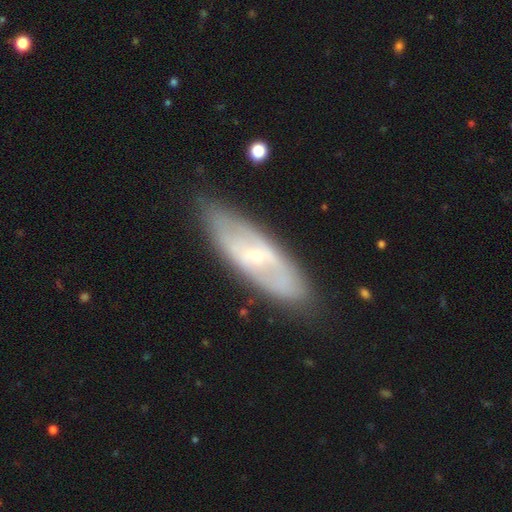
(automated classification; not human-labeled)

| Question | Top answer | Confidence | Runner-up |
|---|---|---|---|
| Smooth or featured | featured or disk | 62% | smooth (31%) |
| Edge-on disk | no | 75% | yes (25%) |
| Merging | none | 81% | minor disturbance (14%) |